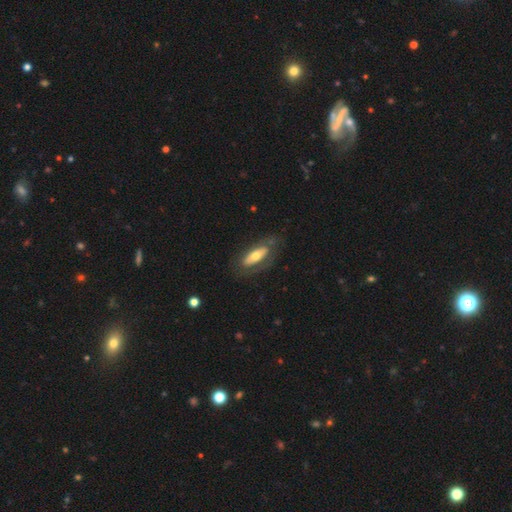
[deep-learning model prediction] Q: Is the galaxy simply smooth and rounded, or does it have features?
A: featured or disk — 49%.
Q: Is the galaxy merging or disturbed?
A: none — 65%.